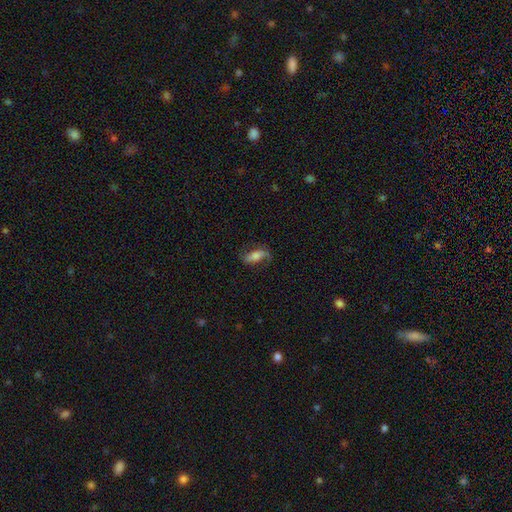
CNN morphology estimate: A smooth galaxy with no disk features (51%) that is in between round and cigar-shaped (75%).

Vote fractions:
- Smooth or featured? smooth: 51% / featured or disk: 40% / star or artifact: 9%
- How rounded? in between: 75% / cigar-shaped: 20% / round: 5%
- Merging? none: 67% / minor disturbance: 20% / major disturbance: 11% / merger: 2%